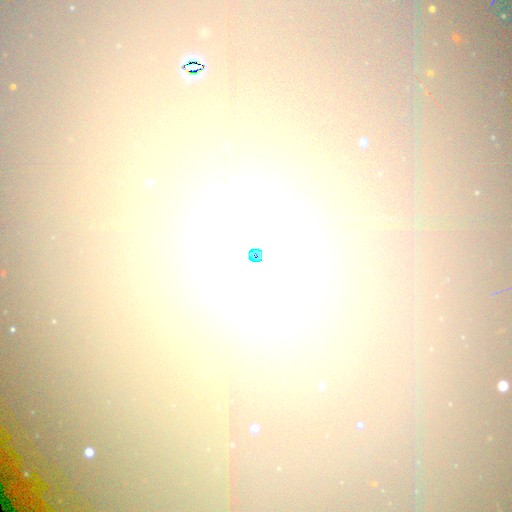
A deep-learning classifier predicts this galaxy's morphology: star or artifact 42%, smooth 34%, featured or disk 25%.